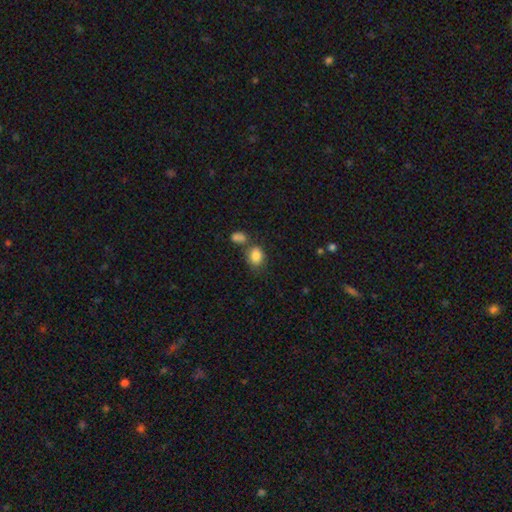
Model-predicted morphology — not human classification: Q: Smooth or featured?
A: smooth (85%); runner-up: star or artifact (9%)
Q: How rounded?
A: in between (56%); runner-up: round (42%)
Q: Merging?
A: none (54%); runner-up: merger (26%)